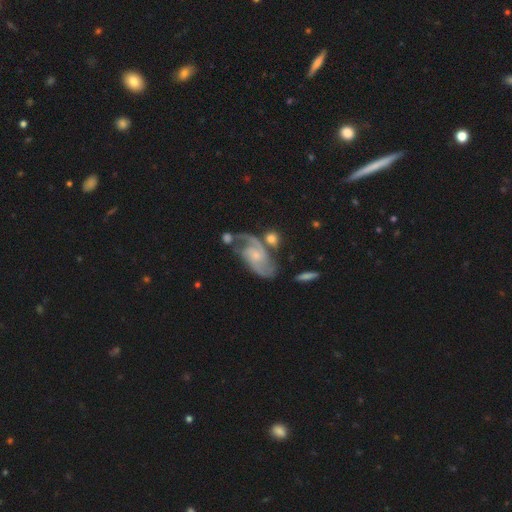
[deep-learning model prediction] featured or disk 89%, smooth 6%, star or artifact 5%. Down the decision tree: edge-on disk — no (97%); bar — no (60%); spiral arms — yes (97%); spiral arm count — 2 (86%); spiral winding — medium (52%); bulge size — small (69%); merging — none (51%).